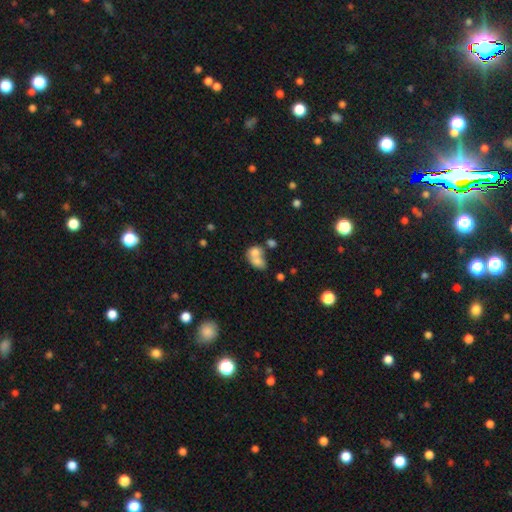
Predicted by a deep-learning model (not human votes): A smooth galaxy with no disk features (73%) that is in between round and cigar-shaped (63%).

Vote fractions:
- Smooth or featured? smooth: 73% / featured or disk: 18% / star or artifact: 10%
- How rounded? in between: 63% / round: 35% / cigar-shaped: 2%
- Merging? merger: 67% / none: 19% / minor disturbance: 8% / major disturbance: 6%